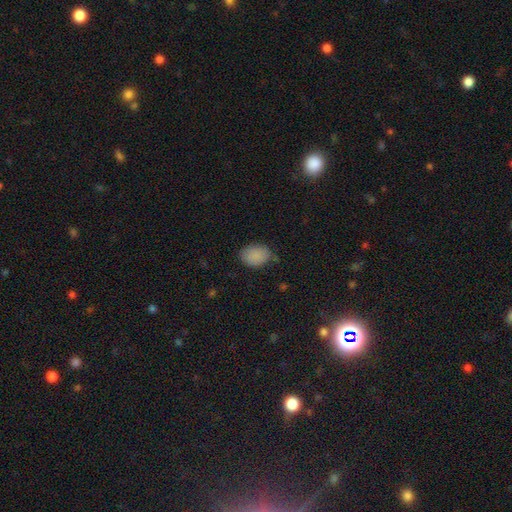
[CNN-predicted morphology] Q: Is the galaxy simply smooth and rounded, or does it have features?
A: smooth — 88%.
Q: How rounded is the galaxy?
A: in between — 77%.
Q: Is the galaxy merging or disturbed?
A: none — 71%.